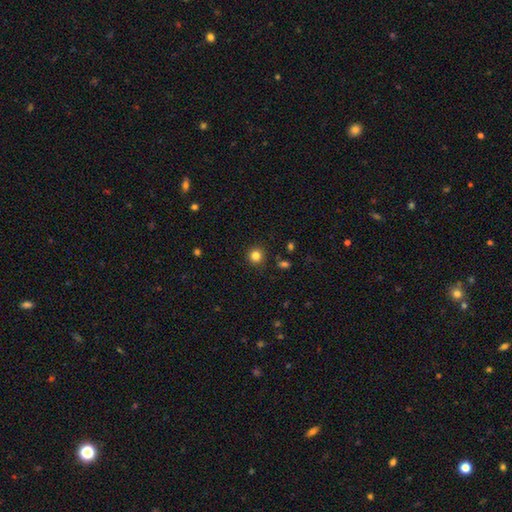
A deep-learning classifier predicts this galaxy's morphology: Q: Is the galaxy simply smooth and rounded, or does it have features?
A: smooth — 83%.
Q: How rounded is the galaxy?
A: round — 92%.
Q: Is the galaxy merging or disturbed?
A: none — 89%.